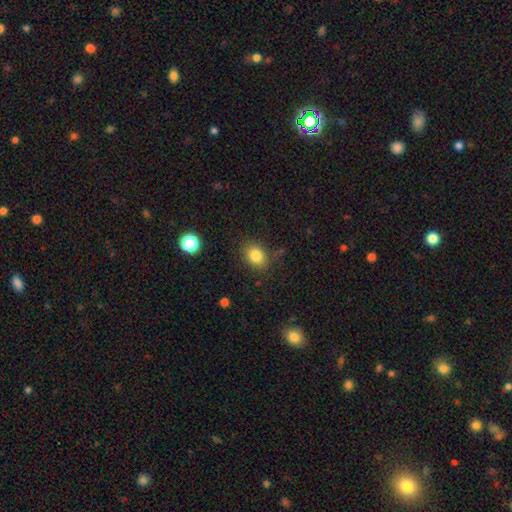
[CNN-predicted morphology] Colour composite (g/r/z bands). It shows a smooth galaxy with no disk features (83%) that is in between round and cigar-shaped (55%). Merging: none (79%).